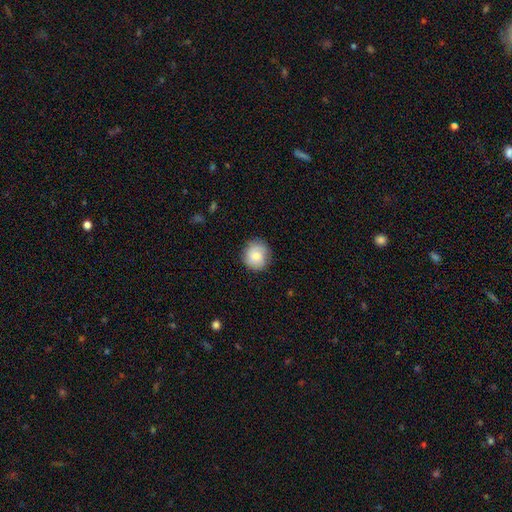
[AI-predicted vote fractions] Smooth or featured? Predicted: smooth (p=0.70). How rounded? Predicted: round (p=0.88). Merging? Predicted: none (p=0.83).